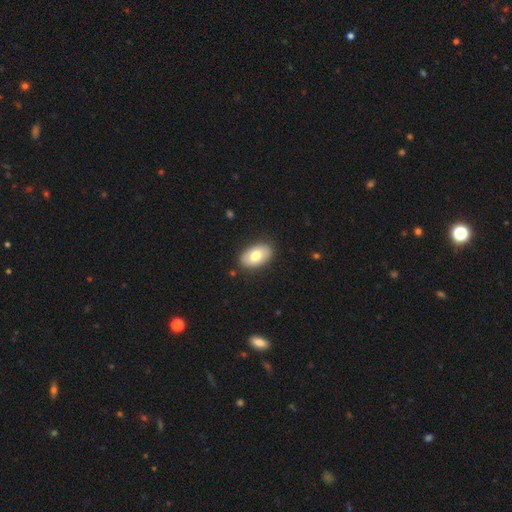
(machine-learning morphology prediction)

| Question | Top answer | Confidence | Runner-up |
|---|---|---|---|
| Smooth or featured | smooth | 74% | featured or disk (20%) |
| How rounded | in between | 92% | round (7%) |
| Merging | none | 87% | minor disturbance (10%) |